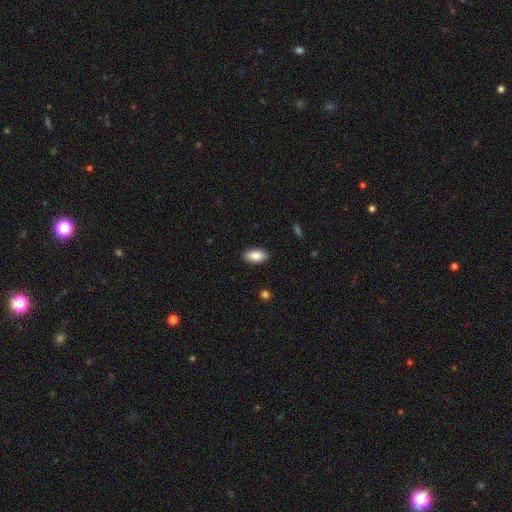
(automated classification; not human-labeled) Overall: smooth (87%). How rounded: in between (93%). Merging: none (89%).